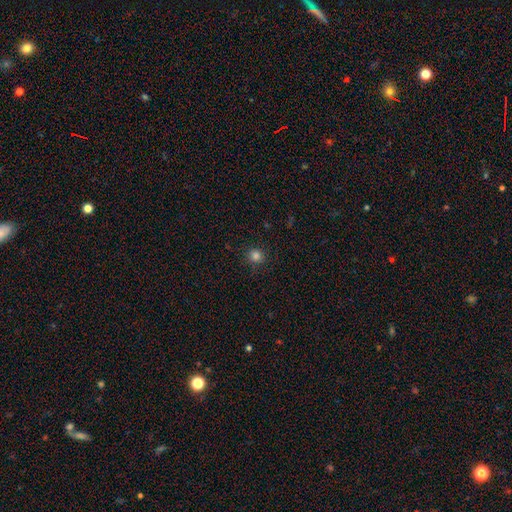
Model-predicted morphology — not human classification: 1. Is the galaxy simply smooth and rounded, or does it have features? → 82% smooth, 14% star or artifact, 4% featured or disk.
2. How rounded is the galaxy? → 91% round, 9% in between, 1% cigar-shaped.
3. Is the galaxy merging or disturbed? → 90% none, 7% minor disturbance, 2% major disturbance, 1% merger.